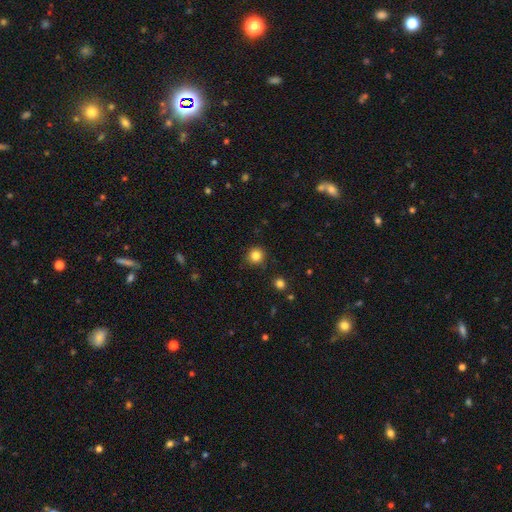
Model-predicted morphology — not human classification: A smooth galaxy with no disk features (83%) that is round (93%).

Vote fractions:
- Smooth or featured? smooth: 83% / star or artifact: 12% / featured or disk: 4%
- How rounded? round: 93% / in between: 6% / cigar-shaped: 1%
- Merging? none: 88% / minor disturbance: 8% / major disturbance: 2% / merger: 2%